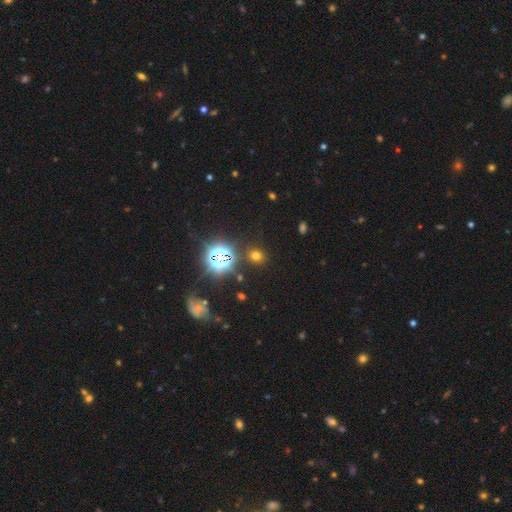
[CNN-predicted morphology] type=smooth (56%); roundness=round (77%); merging=none (86%).